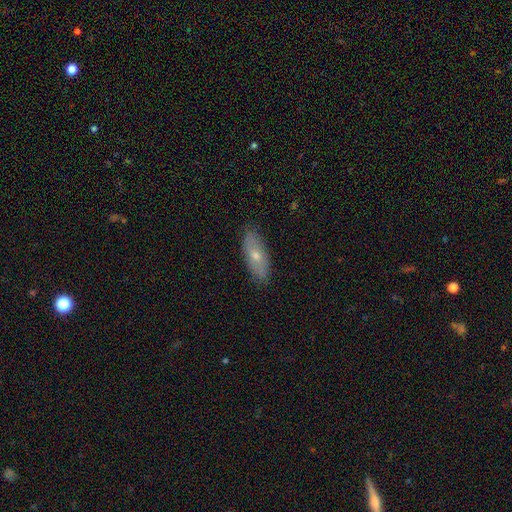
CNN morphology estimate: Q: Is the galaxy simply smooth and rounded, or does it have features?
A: smooth — 55%.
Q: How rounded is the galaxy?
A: in between — 64%.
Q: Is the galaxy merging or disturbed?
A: none — 87%.